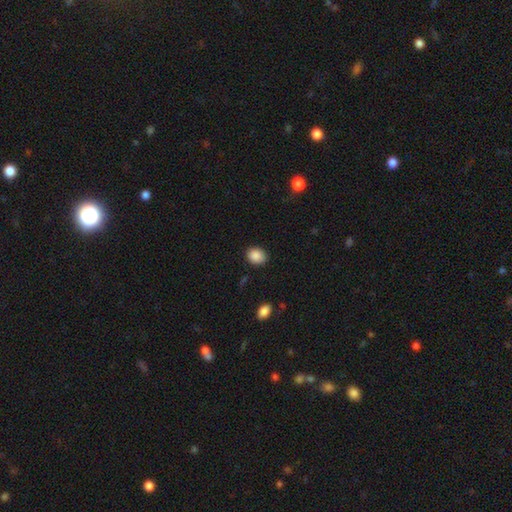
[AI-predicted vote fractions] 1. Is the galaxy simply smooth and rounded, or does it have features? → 88% smooth, 8% star or artifact, 4% featured or disk.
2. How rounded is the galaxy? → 50% in between, 49% round, 1% cigar-shaped.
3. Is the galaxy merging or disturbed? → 86% none, 10% minor disturbance, 3% major disturbance, 1% merger.